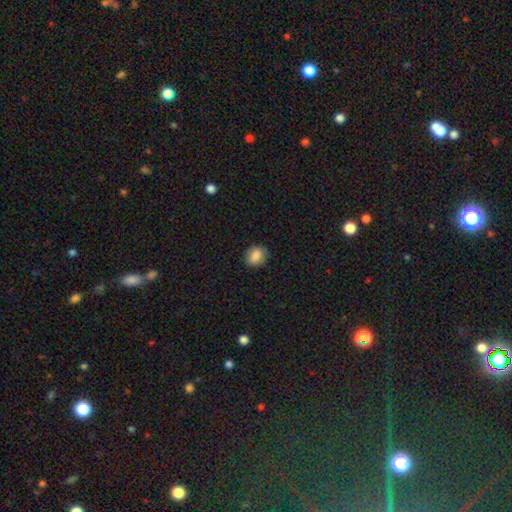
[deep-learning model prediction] A smooth galaxy with no disk features (85%) that is round (56%).

Vote fractions:
- Smooth or featured? smooth: 85% / star or artifact: 9% / featured or disk: 7%
- How rounded? round: 56% / in between: 42% / cigar-shaped: 1%
- Merging? none: 87% / minor disturbance: 10% / major disturbance: 2% / merger: 1%